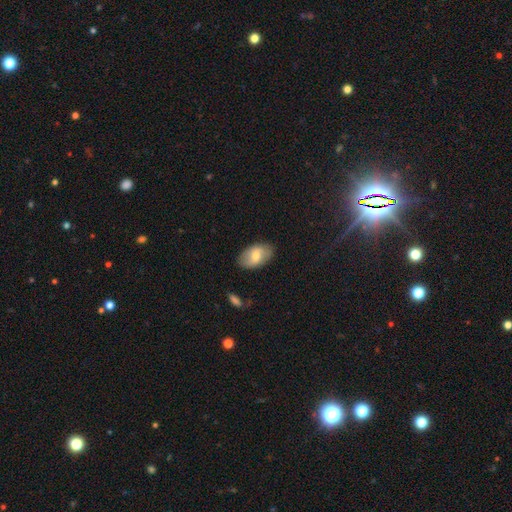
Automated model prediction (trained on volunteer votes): smooth 66%, featured or disk 28%, star or artifact 6%. Down the decision tree: how rounded — in between (93%); merging — none (82%).